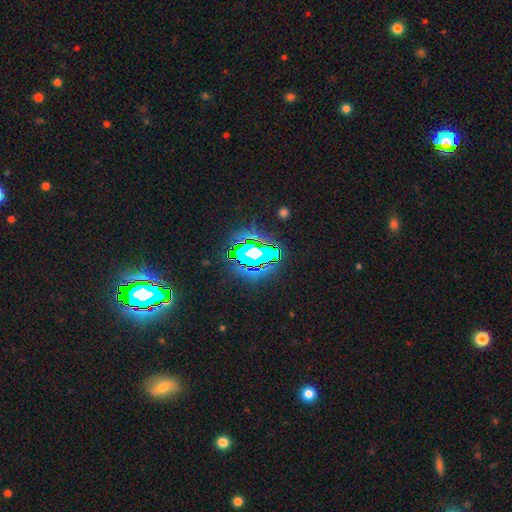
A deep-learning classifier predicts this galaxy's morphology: A star or artifact, not a galaxy (71%).

Vote fractions:
- Smooth or featured? star or artifact: 71% / featured or disk: 15% / smooth: 14%